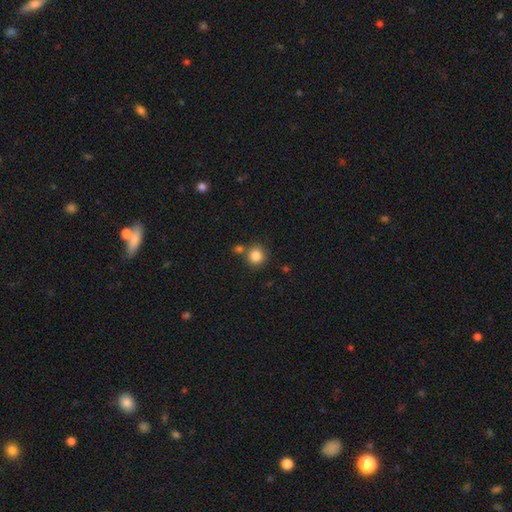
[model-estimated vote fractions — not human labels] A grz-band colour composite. It shows a smooth galaxy with no disk features (85%) that is round (90%). Merging: none (73%).